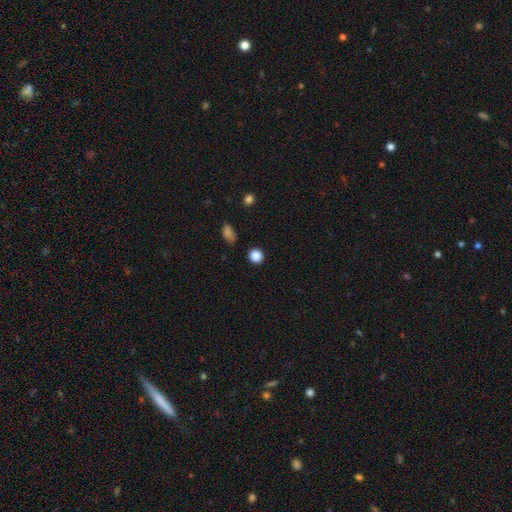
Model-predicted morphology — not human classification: Overall: smooth (87%). How rounded: round (88%). Merging: none (89%).